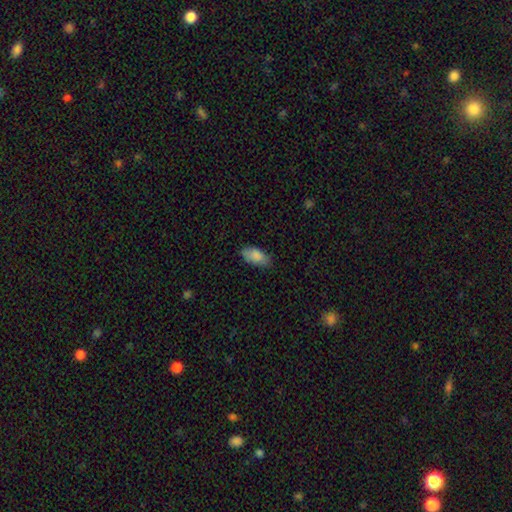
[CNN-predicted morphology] Smooth or featured?
  - smooth: 86% *
  - featured or disk: 7%
  - star or artifact: 7%
How rounded?
  - in between: 92% *
  - cigar-shaped: 6%
  - round: 3%
Merging?
  - none: 76% *
  - minor disturbance: 20%
  - major disturbance: 4%
  - merger: 1%